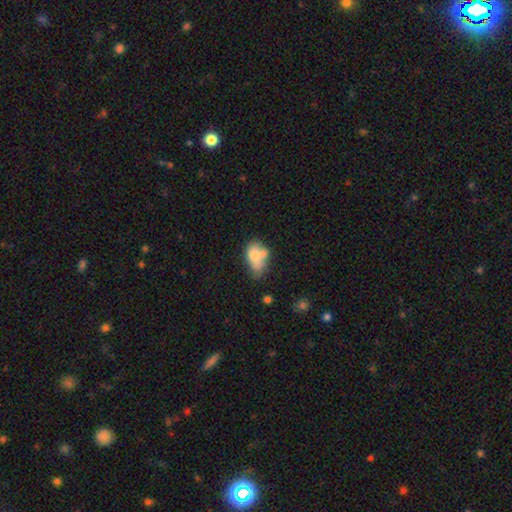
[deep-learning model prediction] Smooth or featured?
  - smooth: 66% *
  - featured or disk: 25%
  - star or artifact: 9%
How rounded?
  - in between: 82% *
  - round: 16%
  - cigar-shaped: 2%
Merging?
  - merger: 38% *
  - none: 24%
  - minor disturbance: 22%
  - major disturbance: 15%